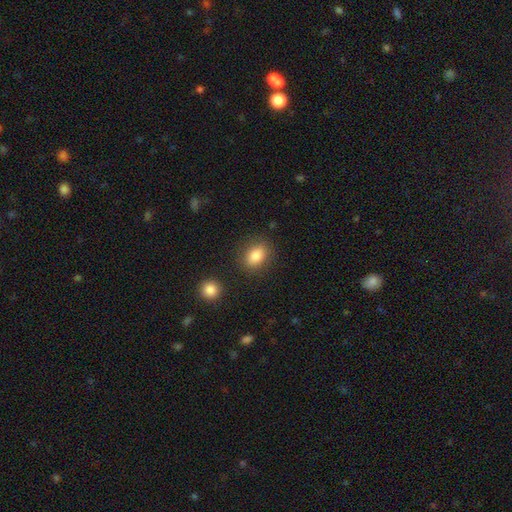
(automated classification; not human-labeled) Smooth or featured? smooth (85%)
How rounded? in between (66%)
Merging? none (83%)